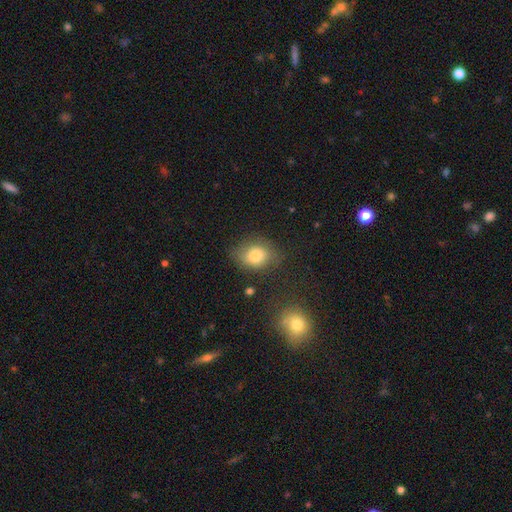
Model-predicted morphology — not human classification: Smooth or featured: smooth — 79% (featured or disk — 11%)
How rounded: in between — 53% (round — 46%)
Merging: none — 70% (minor disturbance — 20%)